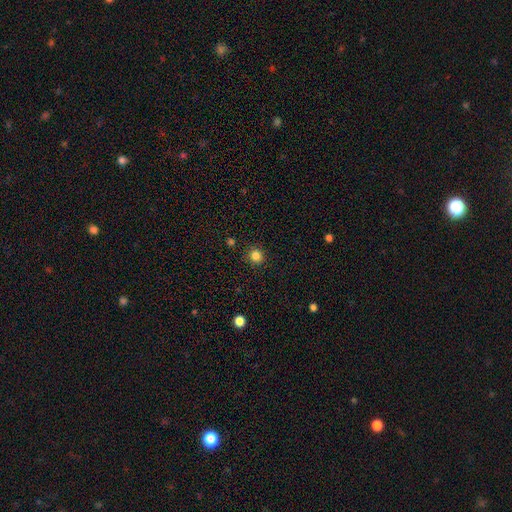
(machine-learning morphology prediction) Overall: smooth (83%). How rounded: round (91%). Merging: none (90%).